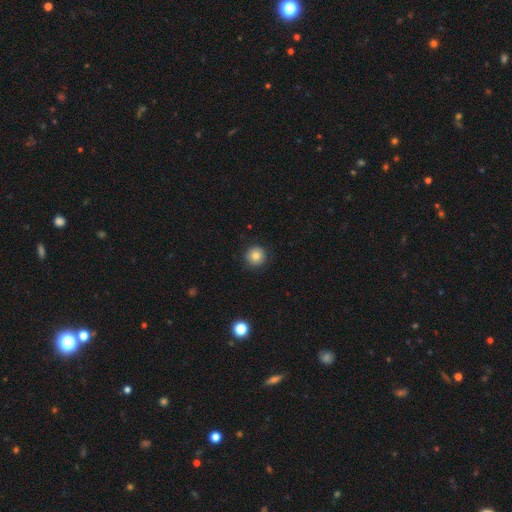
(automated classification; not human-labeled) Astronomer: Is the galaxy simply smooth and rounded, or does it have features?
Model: smooth — 81%.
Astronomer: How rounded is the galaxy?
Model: round — 95%.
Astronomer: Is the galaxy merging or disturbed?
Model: none — 91%.